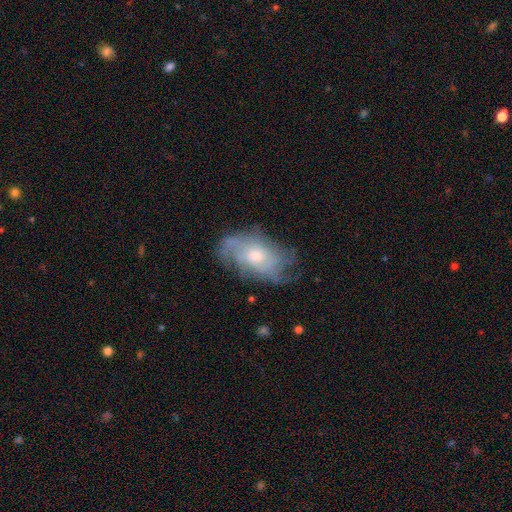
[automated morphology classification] Smooth or featured? Predicted: featured or disk (p=0.72). Edge-on disk? Predicted: no (p=0.94). Bar? Predicted: no (p=0.78). Spiral arms? Predicted: yes (p=0.87). Spiral winding? Predicted: tight (p=0.45). Spiral arm count? Predicted: can't tell (p=0.50). Bulge size? Predicted: small (p=0.52). Merging? Predicted: none (p=0.65).